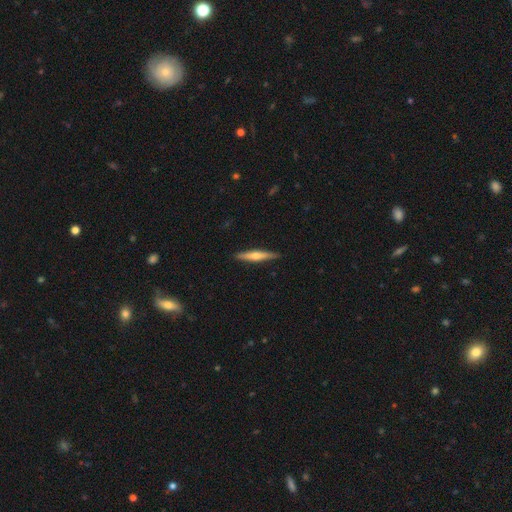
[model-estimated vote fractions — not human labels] Smooth or featured? Predicted: featured or disk (p=0.59). Edge-on disk? Predicted: yes (p=0.96). Edge-on bulge? Predicted: rounded (p=0.88). Merging? Predicted: none (p=0.90).